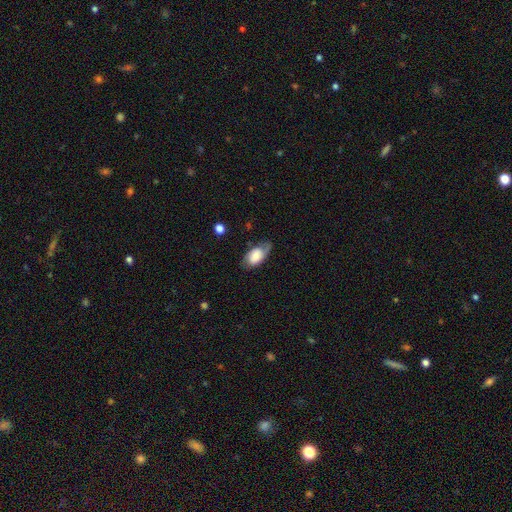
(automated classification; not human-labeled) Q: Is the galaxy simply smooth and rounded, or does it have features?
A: smooth — 62%.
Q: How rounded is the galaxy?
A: in between — 92%.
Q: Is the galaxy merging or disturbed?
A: none — 56%.